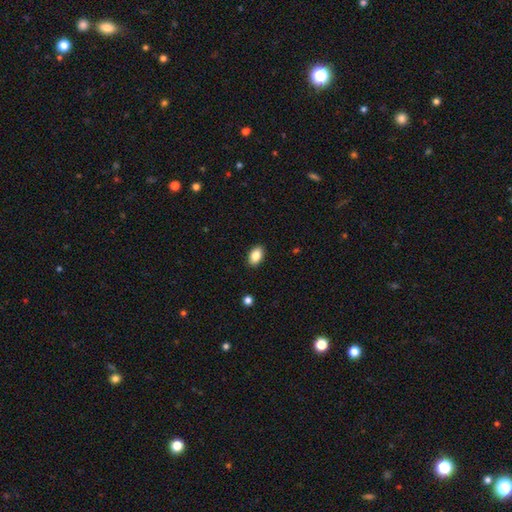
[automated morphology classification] type=smooth (84%); roundness=in between (89%); merging=none (90%).